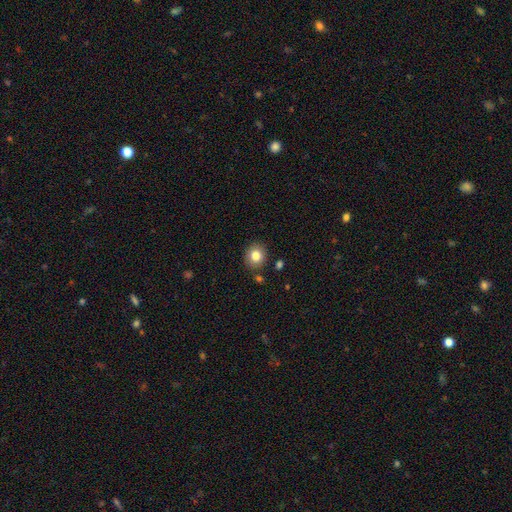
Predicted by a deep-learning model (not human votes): smooth-or-featured: smooth: 82% | star or artifact: 10% | featured or disk: 8%
  how-rounded: round: 78% | in between: 21% | cigar-shaped: 1%
  merging: none: 85% | minor disturbance: 9% | merger: 4% | major disturbance: 2%